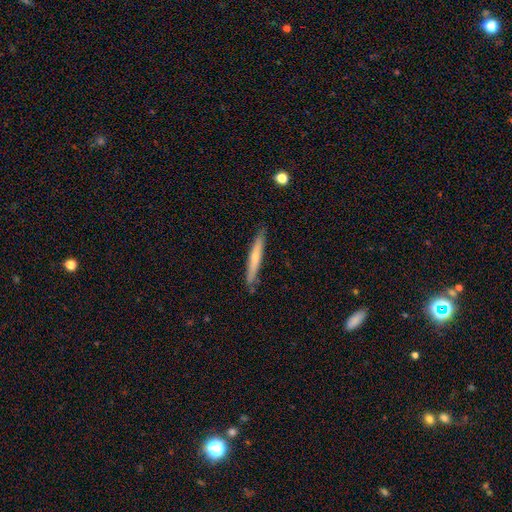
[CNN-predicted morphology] smooth 48%, featured or disk 46%, star or artifact 6%. Down the decision tree: merging — none (86%).